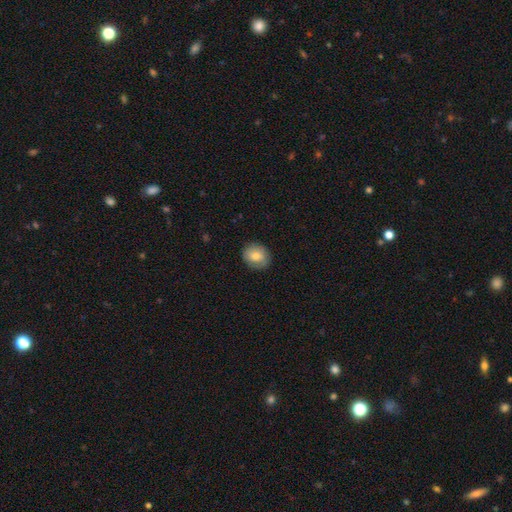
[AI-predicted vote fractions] A smooth galaxy with no disk features (77%) that is round (69%).

Vote fractions:
- Smooth or featured? smooth: 77% / featured or disk: 16% / star or artifact: 8%
- How rounded? round: 69% / in between: 30% / cigar-shaped: 1%
- Merging? none: 85% / minor disturbance: 11% / major disturbance: 3% / merger: 1%